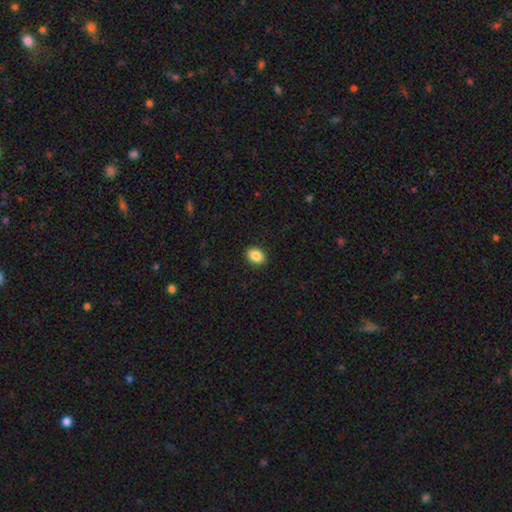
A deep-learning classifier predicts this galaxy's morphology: A smooth galaxy with no disk features (87%) that is in between round and cigar-shaped (73%). Merging: none (91%).